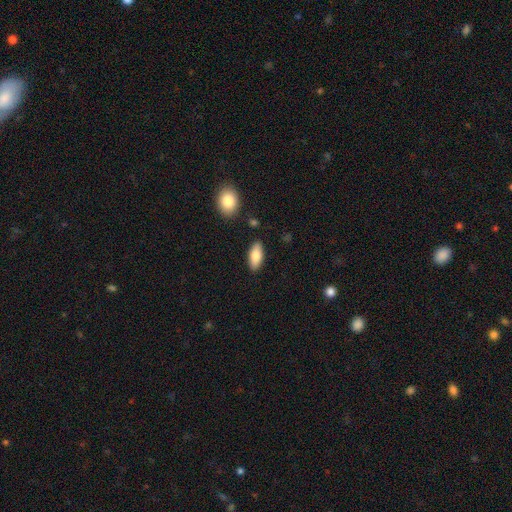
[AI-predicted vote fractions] smooth 80%, featured or disk 14%, star or artifact 6%. Down the decision tree: how rounded — in between (85%); merging — none (87%).